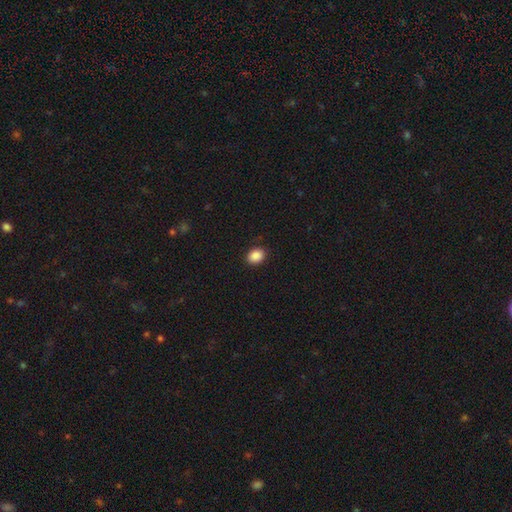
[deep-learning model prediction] smooth 89%, star or artifact 8%, featured or disk 3%. Down the decision tree: how rounded — in between (59%); merging — none (89%).